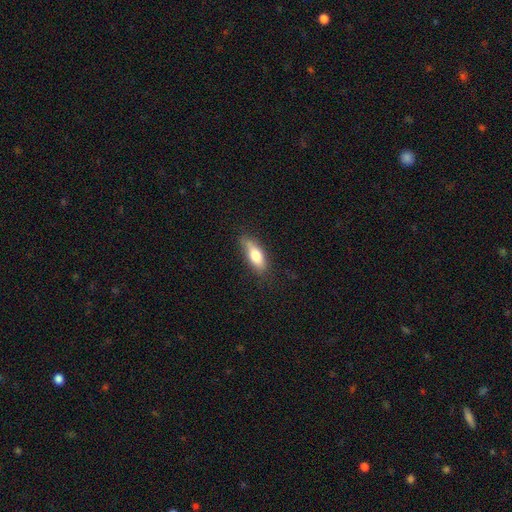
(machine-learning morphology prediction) Smooth or featured: smooth — 74% (featured or disk — 19%)
How rounded: in between — 68% (cigar-shaped — 29%)
Merging: none — 65% (minor disturbance — 26%)